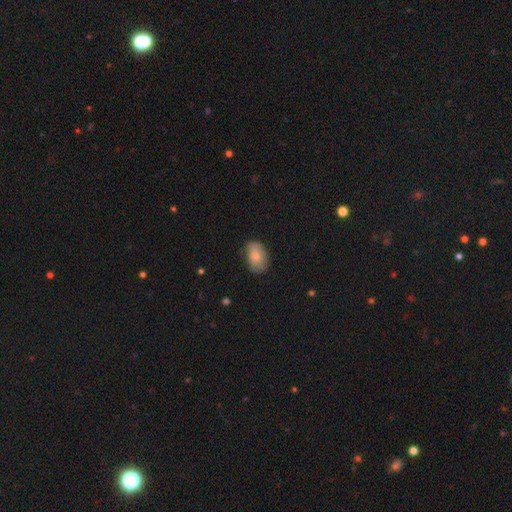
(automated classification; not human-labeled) A smooth galaxy with no disk features (79%) that is in between round and cigar-shaped (87%).

Vote fractions:
- Smooth or featured? smooth: 79% / featured or disk: 15% / star or artifact: 7%
- How rounded? in between: 87% / round: 12% / cigar-shaped: 1%
- Merging? none: 69% / minor disturbance: 25% / major disturbance: 5% / merger: 1%